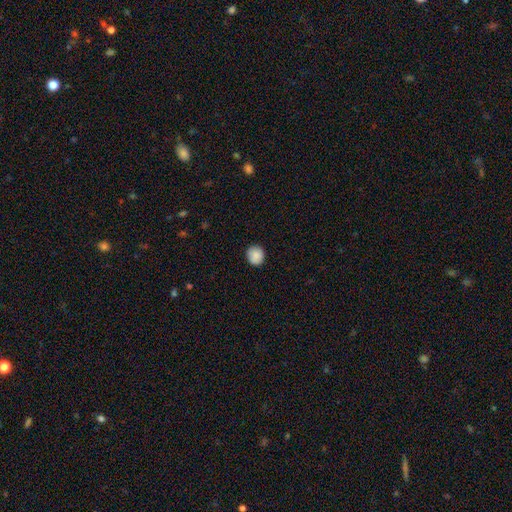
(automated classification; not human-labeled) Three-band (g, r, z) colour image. It shows a smooth galaxy with no disk features (88%) that is round (88%). Merging: none (89%).